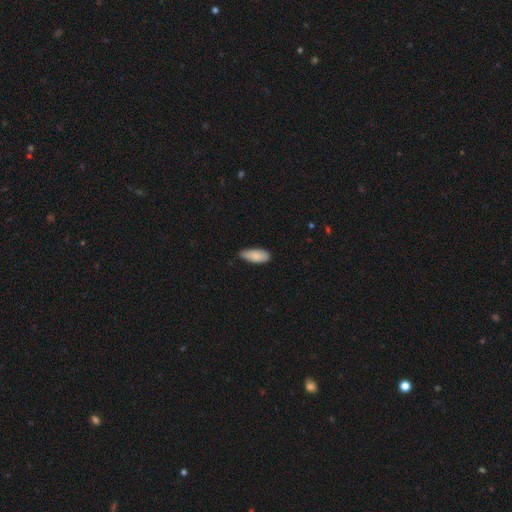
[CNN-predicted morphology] smooth_or_featured: smooth (p=0.86) [alt: featured or disk p=0.07]
how_rounded: in between (p=0.83) [alt: cigar-shaped p=0.15]
merging: none (p=0.72) [alt: minor disturbance p=0.24]